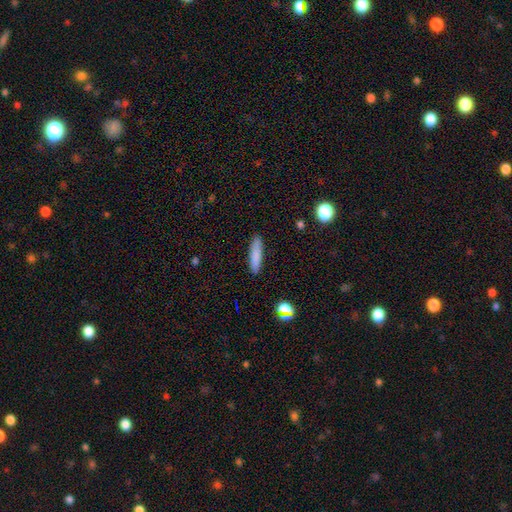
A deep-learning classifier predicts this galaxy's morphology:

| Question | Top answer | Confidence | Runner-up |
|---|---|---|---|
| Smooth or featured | smooth | 84% | featured or disk (9%) |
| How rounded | cigar-shaped | 76% | in between (22%) |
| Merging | none | 89% | minor disturbance (8%) |